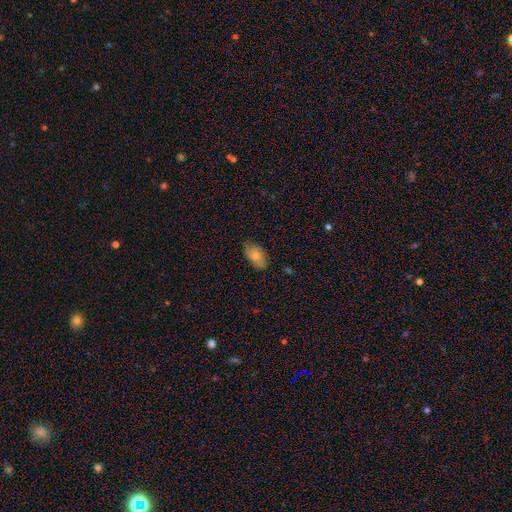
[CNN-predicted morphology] smooth-or-featured: smooth: 76% | featured or disk: 17% | star or artifact: 7%
  how-rounded: in between: 91% | round: 7% | cigar-shaped: 2%
  merging: none: 75% | minor disturbance: 20% | major disturbance: 3% | merger: 1%